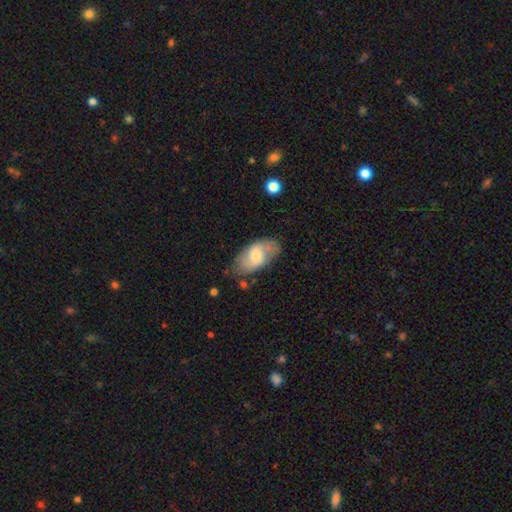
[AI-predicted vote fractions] Smooth or featured?
  - smooth: 53% *
  - featured or disk: 40%
  - star or artifact: 6%
How rounded?
  - in between: 93% *
  - round: 4%
  - cigar-shaped: 3%
Merging?
  - none: 66% *
  - minor disturbance: 24%
  - major disturbance: 7%
  - merger: 3%